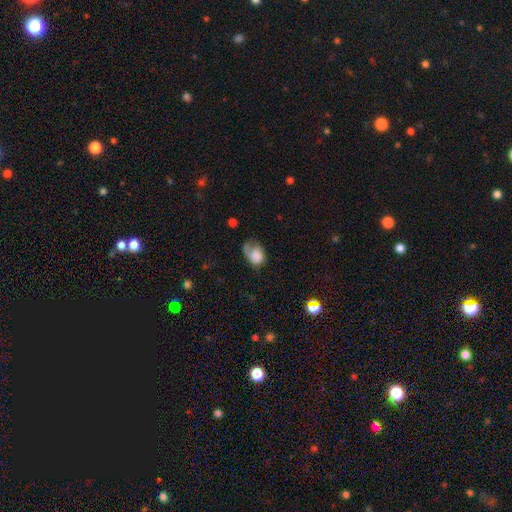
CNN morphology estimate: smooth 65%, featured or disk 26%, star or artifact 9%. Down the decision tree: how rounded — in between (68%); merging — major disturbance (37%).